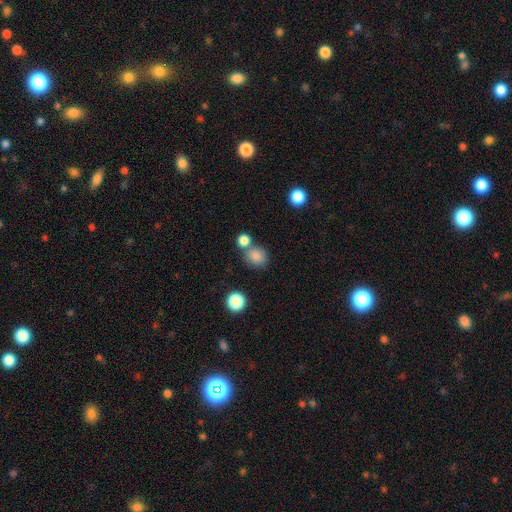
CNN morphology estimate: Overall: smooth (83%). How rounded: round (74%). Merging: none (58%; merger 27%).